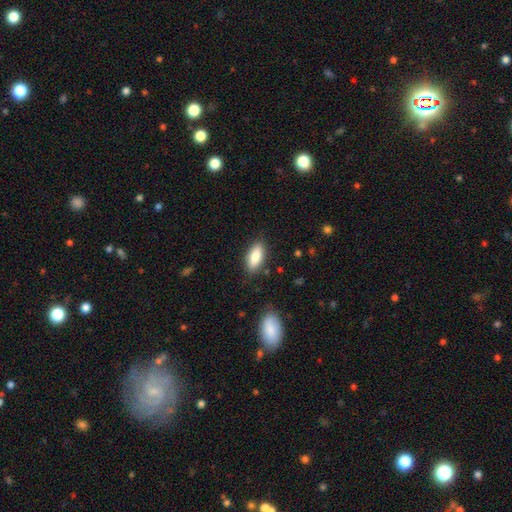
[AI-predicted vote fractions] Q: Smooth or featured?
A: smooth (84%); runner-up: featured or disk (10%)
Q: How rounded?
A: in between (81%); runner-up: cigar-shaped (17%)
Q: Merging?
A: none (84%); runner-up: minor disturbance (11%)